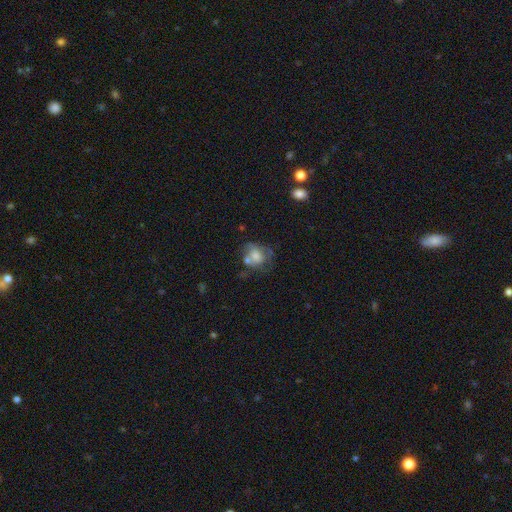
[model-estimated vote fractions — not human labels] The model was most divided on "merging": none: 35%, minor disturbance: 24%, merger: 22%, major disturbance: 19%. More confident: smooth or featured — smooth (57%); how rounded — round (56%).